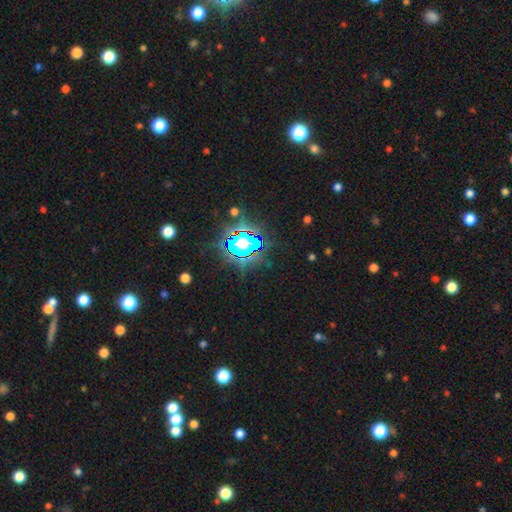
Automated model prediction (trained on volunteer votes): smooth_or_featured: star or artifact (p=0.83) [alt: smooth p=0.10]